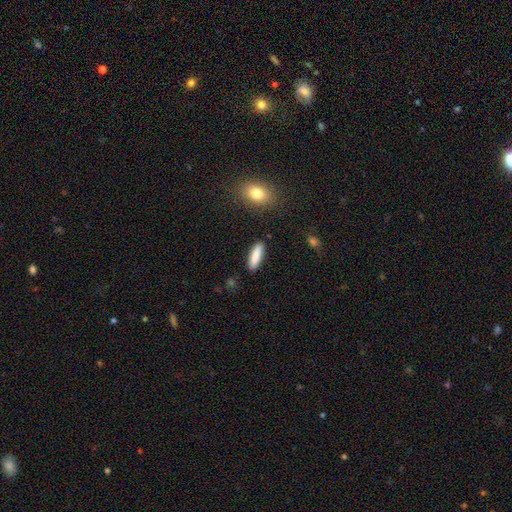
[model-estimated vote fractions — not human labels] This appears to be a smooth galaxy with no disk features (86%) that is cigar-shaped (62%). Merging: none (88%).